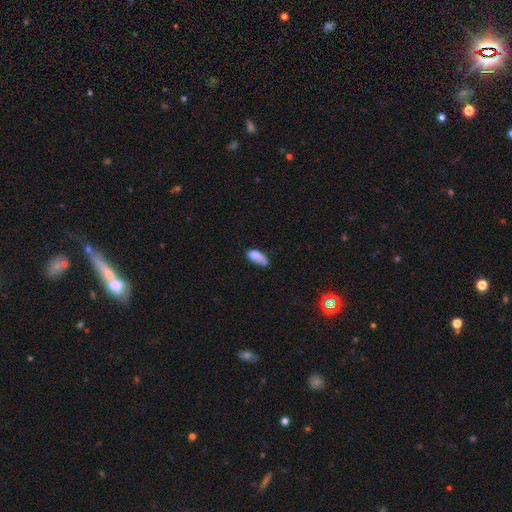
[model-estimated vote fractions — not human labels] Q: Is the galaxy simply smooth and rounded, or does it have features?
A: smooth — 76%.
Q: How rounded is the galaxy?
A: in between — 83%.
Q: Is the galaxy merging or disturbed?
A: minor disturbance — 34%.